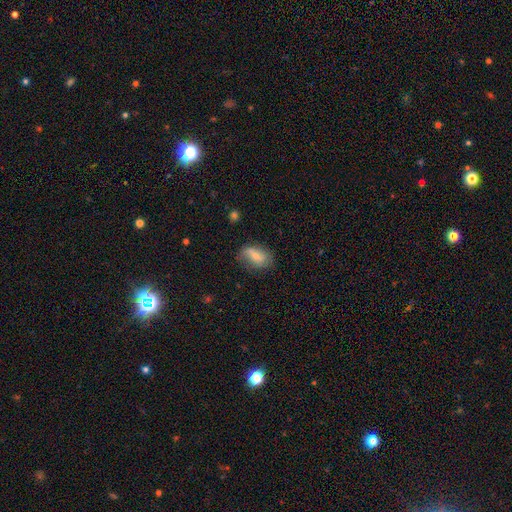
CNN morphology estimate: The model was most divided on "smooth or featured": smooth: 61%, featured or disk: 32%, star or artifact: 8%. More confident: how rounded — in between (86%); merging — none (63%).